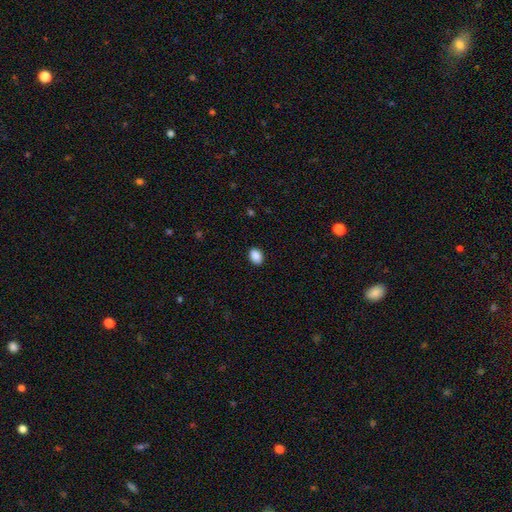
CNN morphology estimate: Smooth or featured? smooth (89%)
How rounded? in between (75%)
Merging? none (90%)